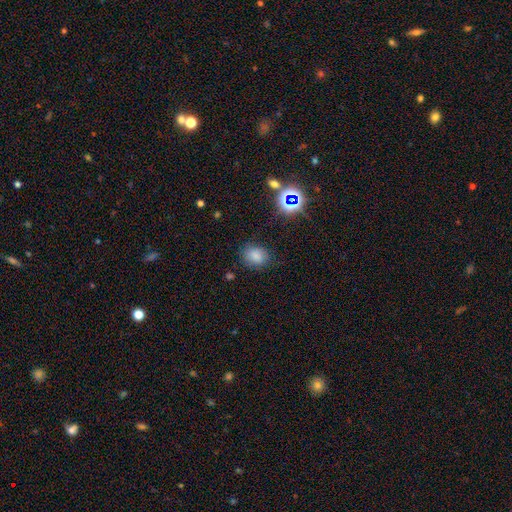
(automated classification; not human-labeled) Q: Smooth or featured?
A: smooth (77%); runner-up: star or artifact (17%)
Q: How rounded?
A: in between (55%); runner-up: round (44%)
Q: Merging?
A: none (78%); runner-up: minor disturbance (16%)